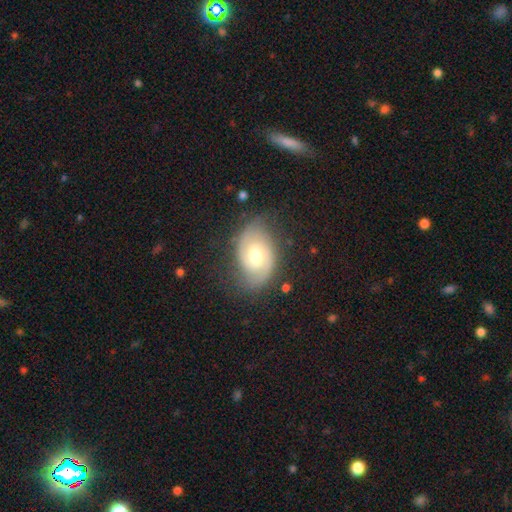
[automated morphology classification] Smooth or featured? Predicted: featured or disk (p=0.78). Edge-on disk? Predicted: no (p=0.96). Bar? Predicted: weak (p=0.46). Spiral arms? Predicted: yes (p=0.92). Spiral winding? Predicted: tight (p=0.46). Spiral arm count? Predicted: 2 (p=0.83). Bulge size? Predicted: moderate (p=0.71). Merging? Predicted: none (p=0.72).